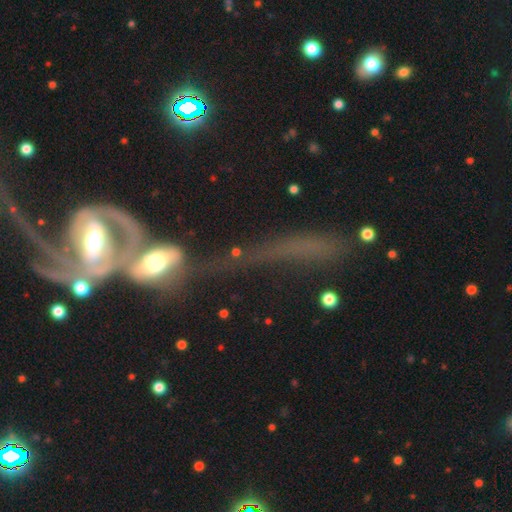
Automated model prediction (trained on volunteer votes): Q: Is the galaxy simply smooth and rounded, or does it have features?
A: featured or disk — 65%.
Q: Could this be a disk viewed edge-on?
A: no — 67%.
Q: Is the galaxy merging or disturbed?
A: merger — 63%.